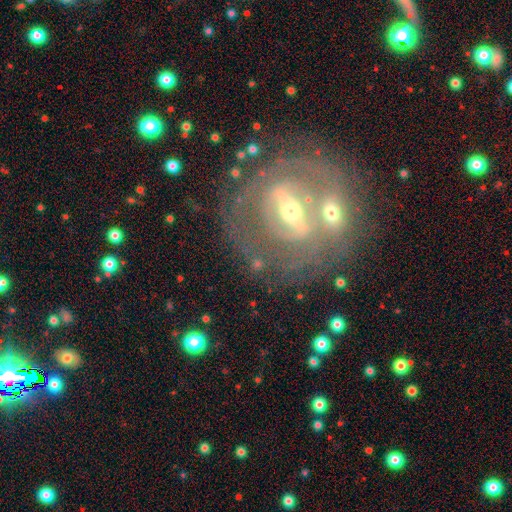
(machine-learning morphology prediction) Smooth or featured?
  - featured or disk: 79% *
  - smooth: 12%
  - star or artifact: 9%
Edge-on disk?
  - no: 87% *
  - yes: 13%
Bar?
  - strong: 61% *
  - weak: 26%
  - no: 14%
Spiral arms?
  - yes: 55% *
  - no: 45%
Bulge size?
  - moderate: 51% *
  - small: 42%
  - large: 4%
  - none: 1%
  - dominant: 1%
Merging?
  - none: 56% *
  - merger: 23%
  - minor disturbance: 12%
  - major disturbance: 8%